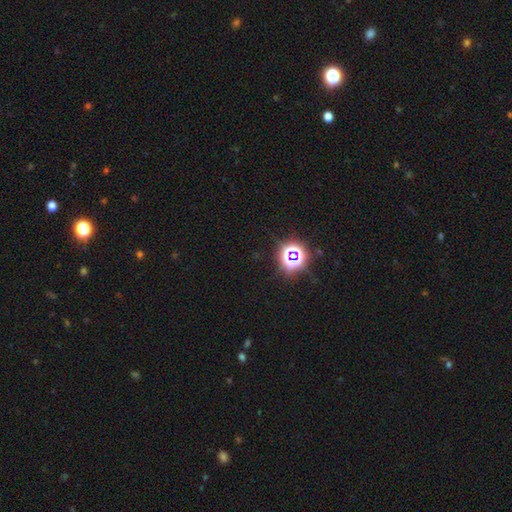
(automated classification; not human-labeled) star or artifact 77%, smooth 15%, featured or disk 8%.